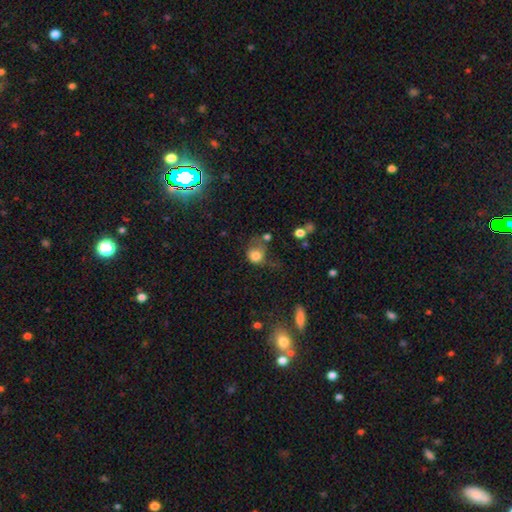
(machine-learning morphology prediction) A smooth galaxy with no disk features (77%) that is round (68%). Merging: major disturbance (32%).